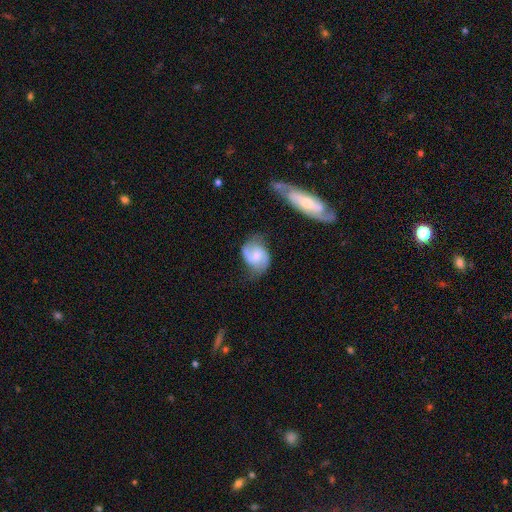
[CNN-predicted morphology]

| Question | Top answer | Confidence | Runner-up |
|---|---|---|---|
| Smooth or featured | featured or disk | 66% | smooth (27%) |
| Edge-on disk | no | 97% | yes (3%) |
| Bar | no | 46% | weak (44%) |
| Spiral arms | yes | 92% | no (8%) |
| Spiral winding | medium | 48% | loose (30%) |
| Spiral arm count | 2 | 86% | can't tell (7%) |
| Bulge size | moderate | 33% | small (31%) |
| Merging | none | 58% | minor disturbance (27%) |